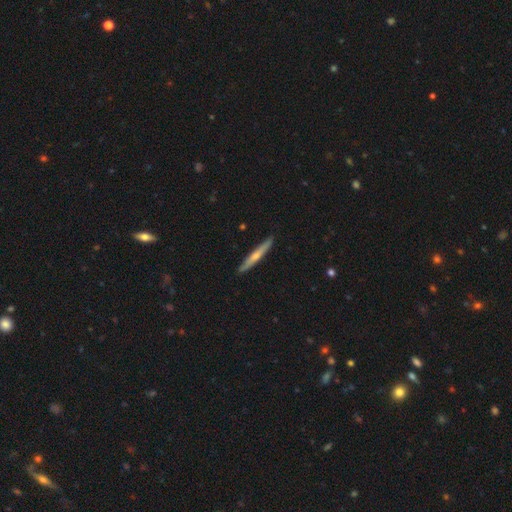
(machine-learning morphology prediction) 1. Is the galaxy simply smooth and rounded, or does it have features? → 49% smooth, 46% featured or disk, 5% star or artifact.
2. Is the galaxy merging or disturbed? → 90% none, 7% minor disturbance, 1% major disturbance, 1% merger.